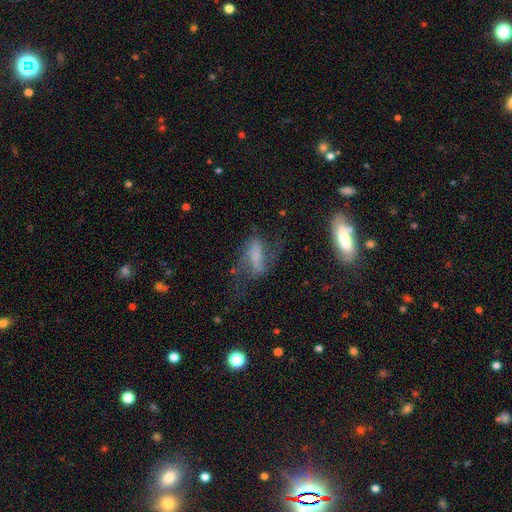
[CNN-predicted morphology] smooth 48%, featured or disk 40%, star or artifact 12%. Down the decision tree: merging — none (39%).